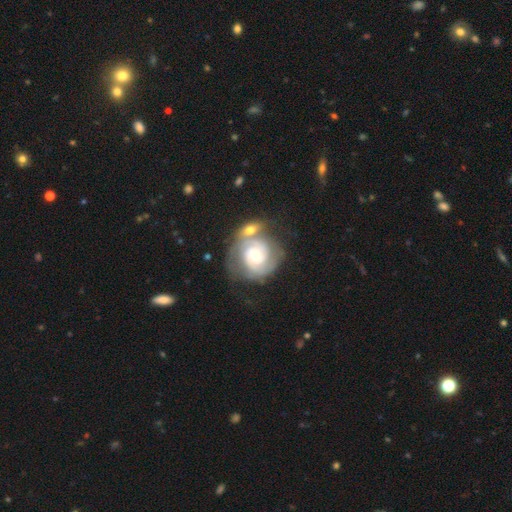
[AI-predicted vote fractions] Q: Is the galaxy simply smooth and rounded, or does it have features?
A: featured or disk — 80%.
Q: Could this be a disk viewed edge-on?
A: no — 98%.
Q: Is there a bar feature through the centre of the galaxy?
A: no — 71%.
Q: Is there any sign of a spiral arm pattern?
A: yes — 93%.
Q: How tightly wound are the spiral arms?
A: tight — 63%.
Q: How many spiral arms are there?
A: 2 — 65%.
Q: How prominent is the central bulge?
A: moderate — 59%.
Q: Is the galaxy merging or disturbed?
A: none — 42%.